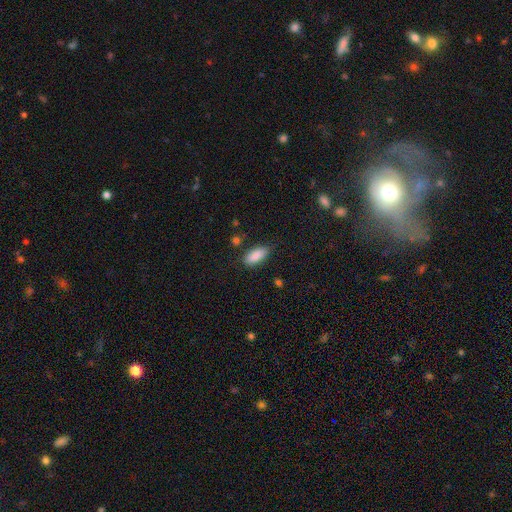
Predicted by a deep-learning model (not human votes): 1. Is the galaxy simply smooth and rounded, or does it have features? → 86% smooth, 7% star or artifact, 7% featured or disk.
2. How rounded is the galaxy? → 84% in between, 14% cigar-shaped, 2% round.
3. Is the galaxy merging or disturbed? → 80% none, 15% minor disturbance, 3% major disturbance, 2% merger.